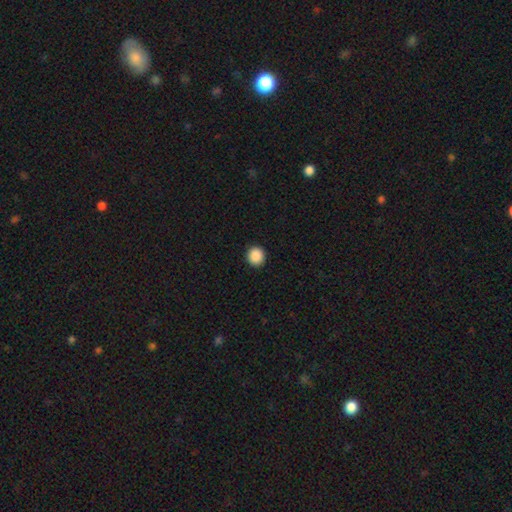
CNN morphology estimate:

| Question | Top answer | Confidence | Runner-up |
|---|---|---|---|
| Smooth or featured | smooth | 89% | star or artifact (9%) |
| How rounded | round | 92% | in between (7%) |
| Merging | none | 93% | minor disturbance (4%) |